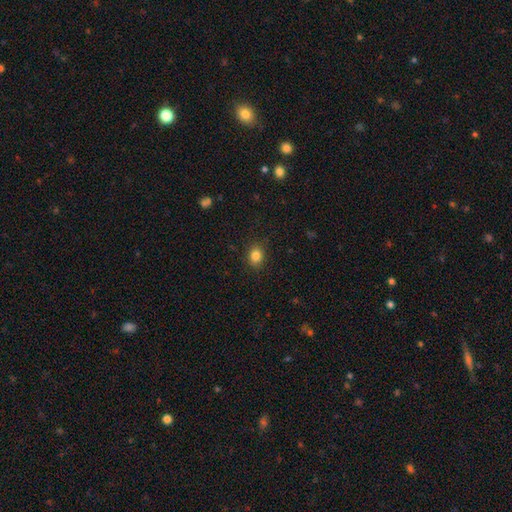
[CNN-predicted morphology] Smooth or featured? Predicted: smooth (p=0.84). How rounded? Predicted: round (p=0.51). Merging? Predicted: none (p=0.88).